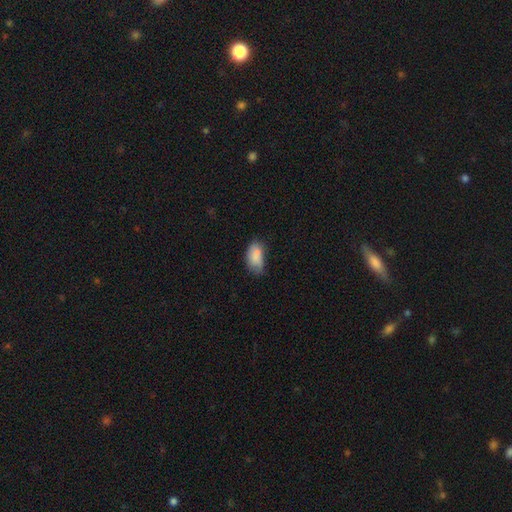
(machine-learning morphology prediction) smooth 83%, featured or disk 9%, star or artifact 8%. Down the decision tree: how rounded — in between (92%); merging — none (49%).